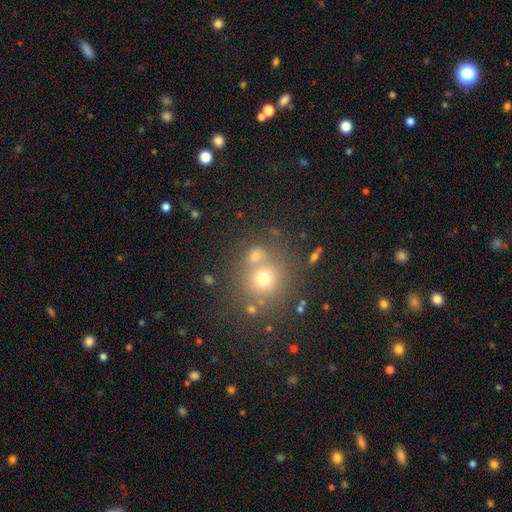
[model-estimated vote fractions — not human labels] This appears to be a smooth galaxy with no disk features (67%) that is round (84%). Merging: none (60%).